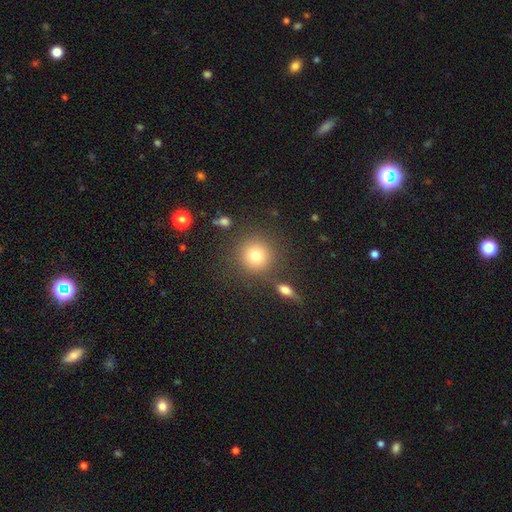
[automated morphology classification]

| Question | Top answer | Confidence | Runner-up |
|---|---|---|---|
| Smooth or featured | smooth | 78% | star or artifact (12%) |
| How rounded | round | 92% | in between (7%) |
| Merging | none | 82% | minor disturbance (8%) |